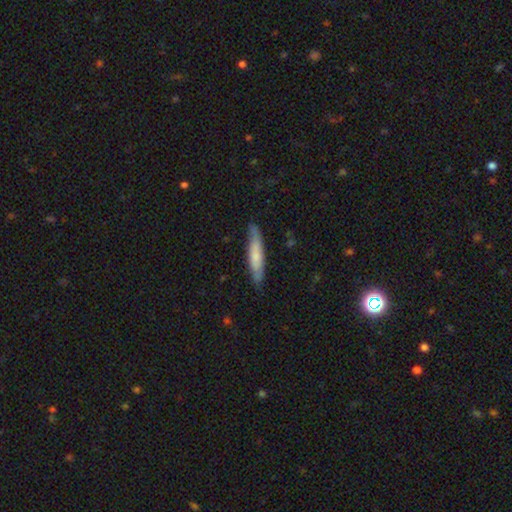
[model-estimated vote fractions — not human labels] smooth-or-featured: smooth: 65% | featured or disk: 30% | star or artifact: 5%
  how-rounded: cigar-shaped: 86% | in between: 12% | round: 1%
  merging: none: 81% | minor disturbance: 15% | major disturbance: 2% | merger: 1%